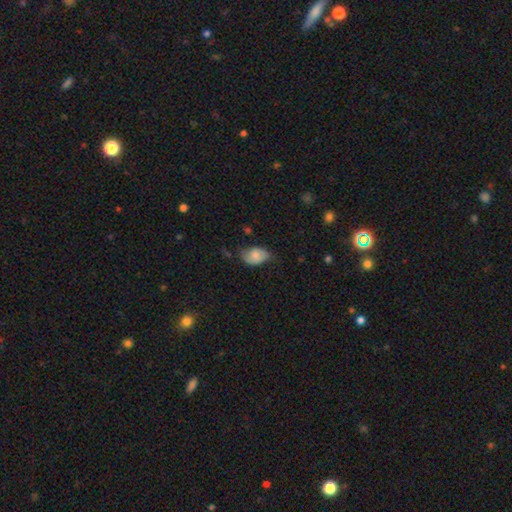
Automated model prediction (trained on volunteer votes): Smooth or featured: smooth — 70% (featured or disk — 22%)
How rounded: in between — 88% (round — 11%)
Merging: none — 50% (minor disturbance — 36%)